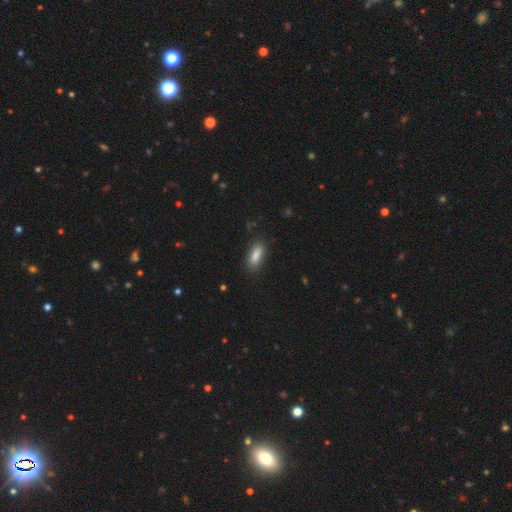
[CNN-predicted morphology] Smooth or featured: smooth — 85% (star or artifact — 8%)
How rounded: in between — 74% (cigar-shaped — 24%)
Merging: none — 81% (minor disturbance — 14%)